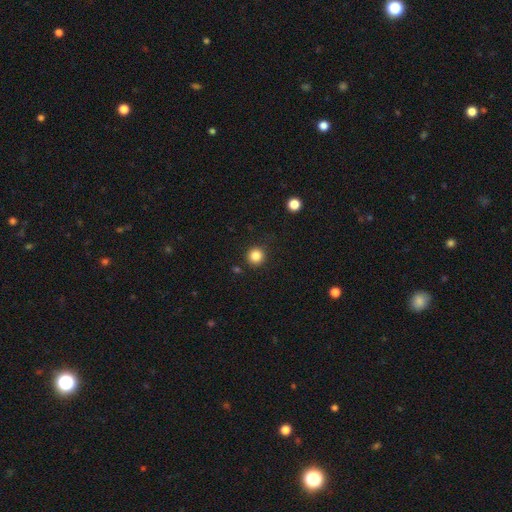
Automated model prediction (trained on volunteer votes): Smooth or featured? smooth (85%)
How rounded? round (95%)
Merging? none (90%)